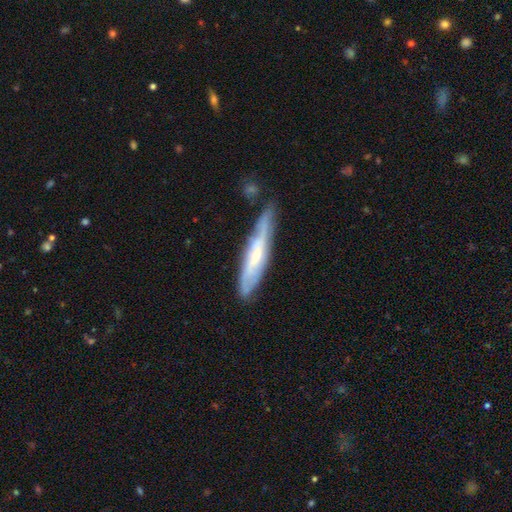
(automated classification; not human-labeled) A featured or disk galaxy (69%) viewed edge-on (58%). Merging: none (68%).